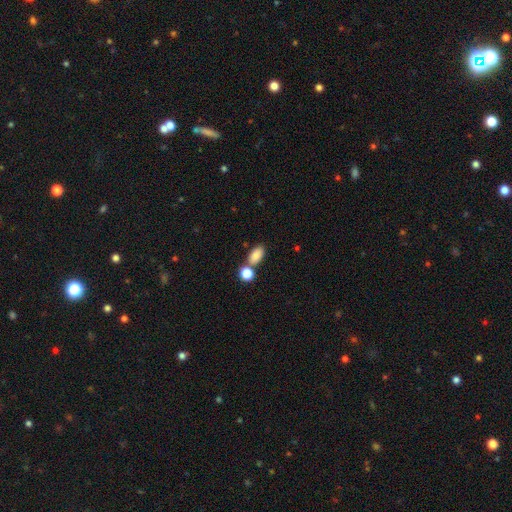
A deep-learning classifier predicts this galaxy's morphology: smooth 85%, star or artifact 9%, featured or disk 6%. Down the decision tree: how rounded — in between (89%); merging — none (60%).